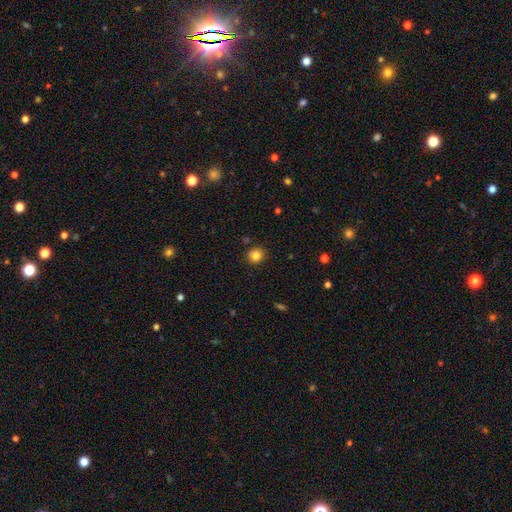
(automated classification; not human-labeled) A smooth galaxy with no disk features (84%) that is round (86%).

Vote fractions:
- Smooth or featured? smooth: 84% / star or artifact: 11% / featured or disk: 5%
- How rounded? round: 86% / in between: 13% / cigar-shaped: 1%
- Merging? none: 86% / minor disturbance: 10% / major disturbance: 2% / merger: 2%